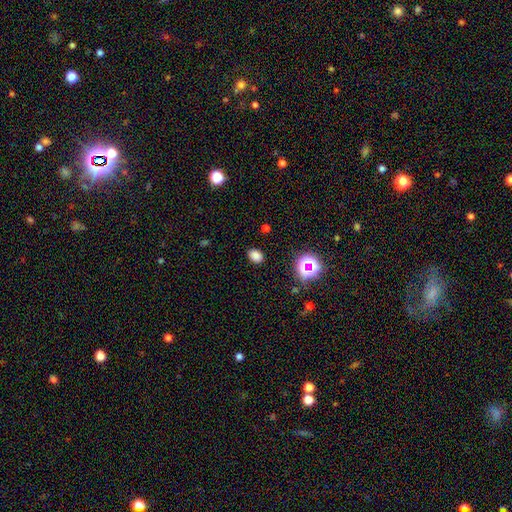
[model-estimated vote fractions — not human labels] Smooth or featured: smooth — 78% (star or artifact — 17%)
How rounded: in between — 69% (round — 30%)
Merging: none — 87% (minor disturbance — 9%)